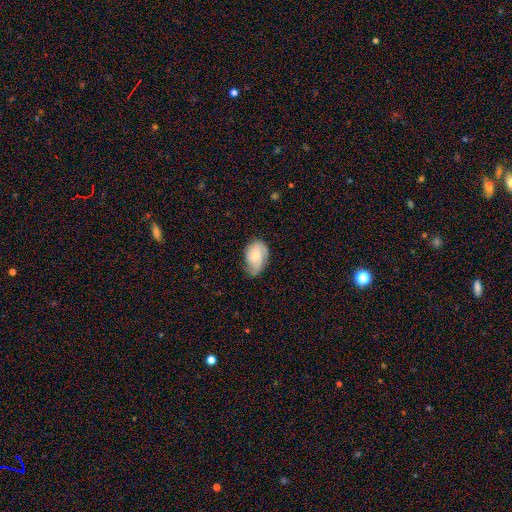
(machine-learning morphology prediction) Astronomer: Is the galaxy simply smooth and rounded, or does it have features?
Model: smooth — 55% (runner-up: featured or disk, 38%).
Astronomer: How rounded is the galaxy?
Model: in between — 85%.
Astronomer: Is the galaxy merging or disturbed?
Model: none — 48% (runner-up: minor disturbance, 39%).